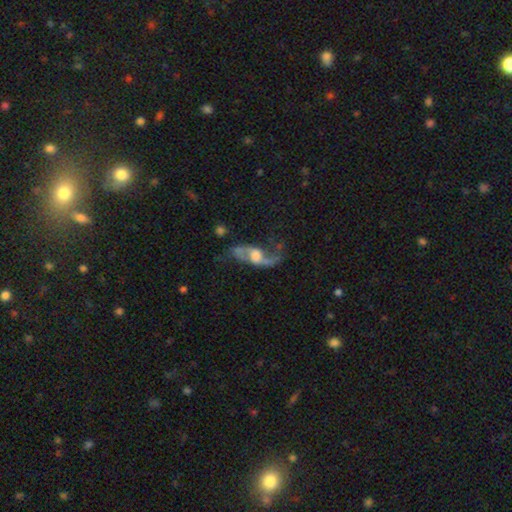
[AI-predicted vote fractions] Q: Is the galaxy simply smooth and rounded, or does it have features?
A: featured or disk — 78%.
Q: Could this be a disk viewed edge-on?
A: no — 86%.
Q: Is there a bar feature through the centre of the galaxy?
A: no — 50%.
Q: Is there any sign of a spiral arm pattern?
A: yes — 88%.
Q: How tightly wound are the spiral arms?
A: loose — 74%.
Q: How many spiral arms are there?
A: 2 — 87%.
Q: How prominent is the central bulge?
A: moderate — 42%.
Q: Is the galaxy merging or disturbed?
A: none — 47%.